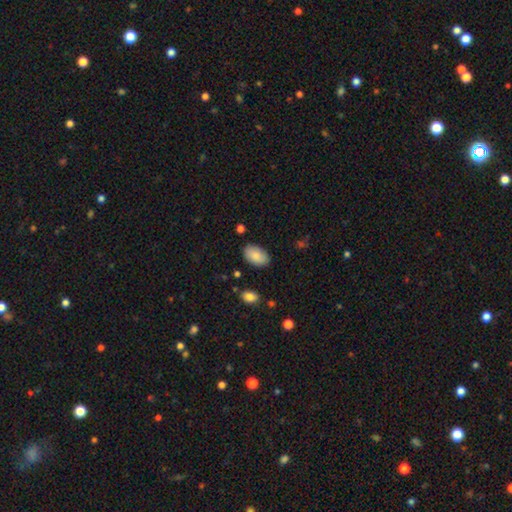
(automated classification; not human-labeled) This appears to be a smooth galaxy with no disk features (87%) that is in between round and cigar-shaped (93%). Merging: none (85%).